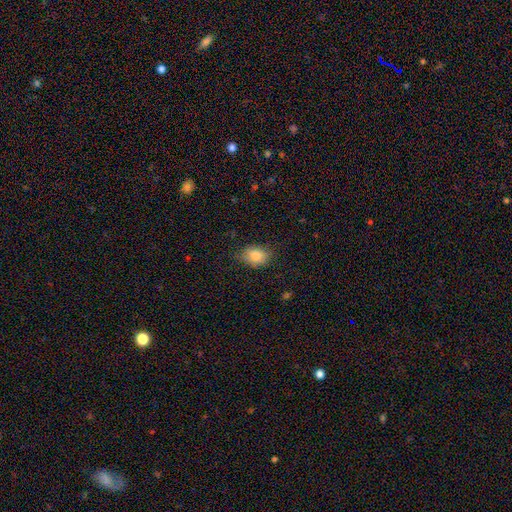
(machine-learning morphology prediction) smooth_or_featured: smooth (p=0.82) [alt: featured or disk p=0.09]
how_rounded: in between (p=0.65) [alt: round p=0.34]
merging: none (p=0.70) [alt: minor disturbance p=0.23]